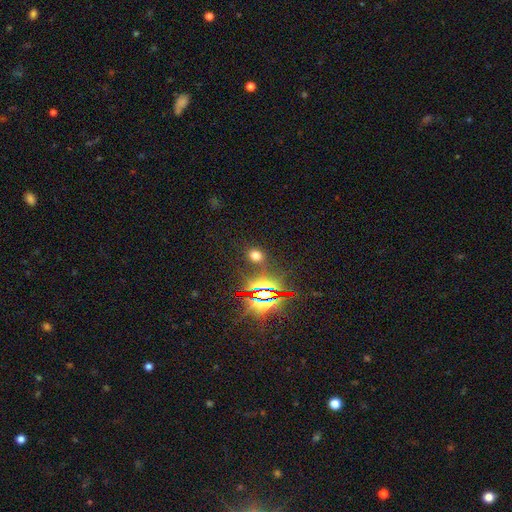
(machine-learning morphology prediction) smooth 57%, star or artifact 36%, featured or disk 7%. Down the decision tree: how rounded — round (64%); merging — none (82%).